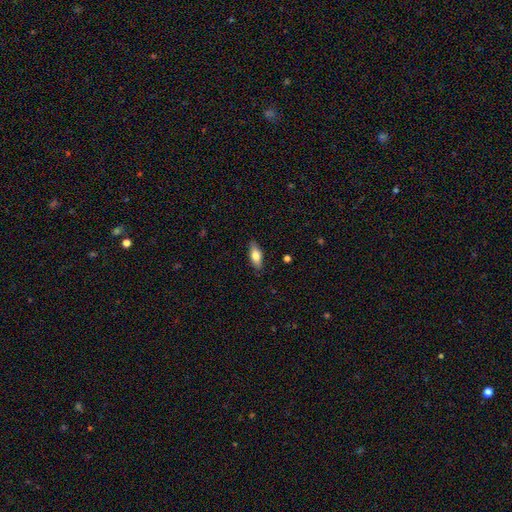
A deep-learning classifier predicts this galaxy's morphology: smooth-or-featured: smooth: 72% | featured or disk: 22% | star or artifact: 6%
  how-rounded: in between: 72% | cigar-shaped: 25% | round: 2%
  merging: none: 86% | minor disturbance: 11% | major disturbance: 2% | merger: 1%